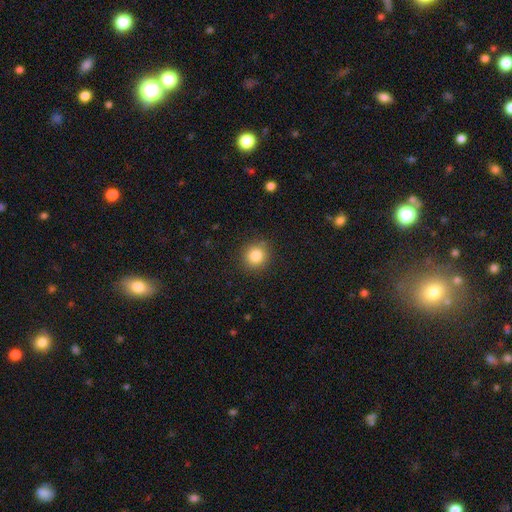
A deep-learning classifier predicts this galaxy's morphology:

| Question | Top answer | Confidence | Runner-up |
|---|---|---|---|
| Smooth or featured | smooth | 84% | star or artifact (11%) |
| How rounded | round | 91% | in between (8%) |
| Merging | none | 89% | minor disturbance (7%) |